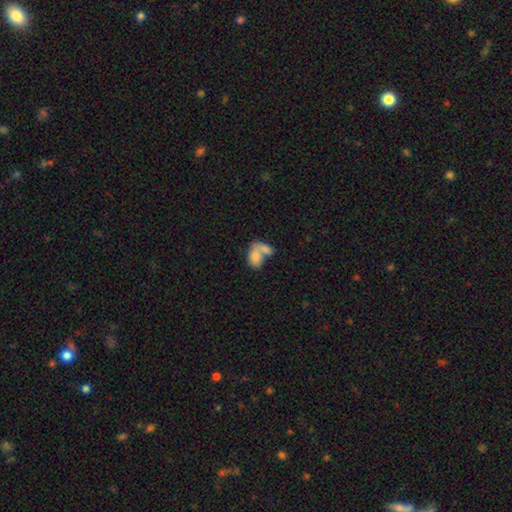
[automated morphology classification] A smooth galaxy with no disk features (79%) that is in between round and cigar-shaped (85%). Merging: merger (67%).